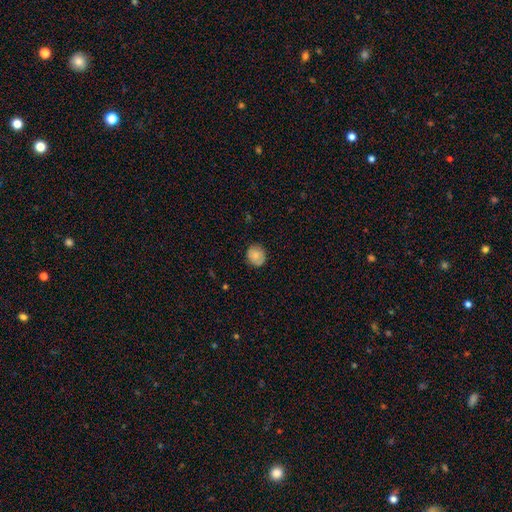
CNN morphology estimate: Smooth or featured?
  - smooth: 80% *
  - featured or disk: 12%
  - star or artifact: 8%
How rounded?
  - round: 82% *
  - in between: 17%
  - cigar-shaped: 1%
Merging?
  - none: 81% *
  - minor disturbance: 15%
  - major disturbance: 3%
  - merger: 1%